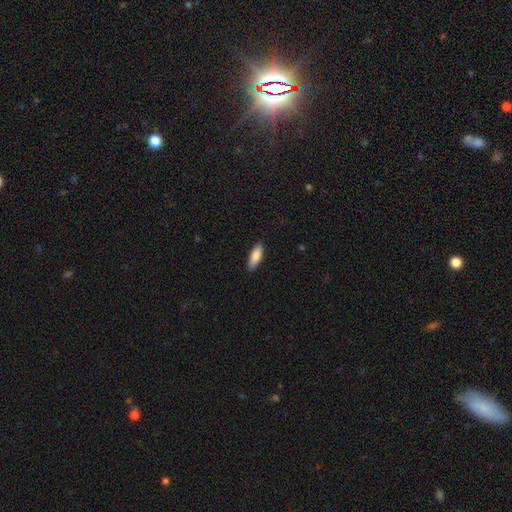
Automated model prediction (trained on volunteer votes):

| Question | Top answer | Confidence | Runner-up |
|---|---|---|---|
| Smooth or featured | smooth | 86% | featured or disk (8%) |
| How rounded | in between | 70% | cigar-shaped (28%) |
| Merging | none | 84% | minor disturbance (13%) |